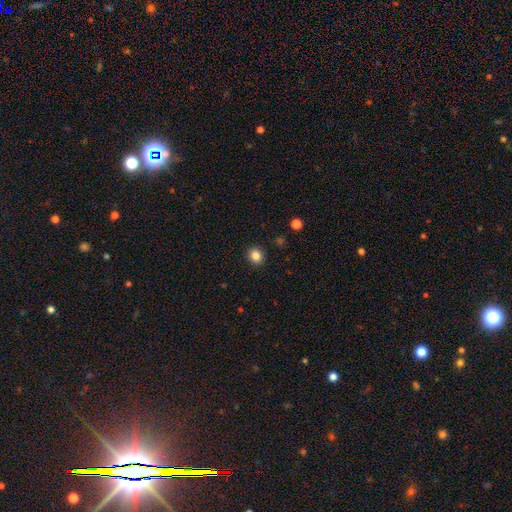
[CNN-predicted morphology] A smooth galaxy with no disk features (84%) that is round (72%).

Vote fractions:
- Smooth or featured? smooth: 84% / star or artifact: 11% / featured or disk: 5%
- How rounded? round: 72% / in between: 27% / cigar-shaped: 1%
- Merging? none: 90% / minor disturbance: 6% / major disturbance: 2% / merger: 1%